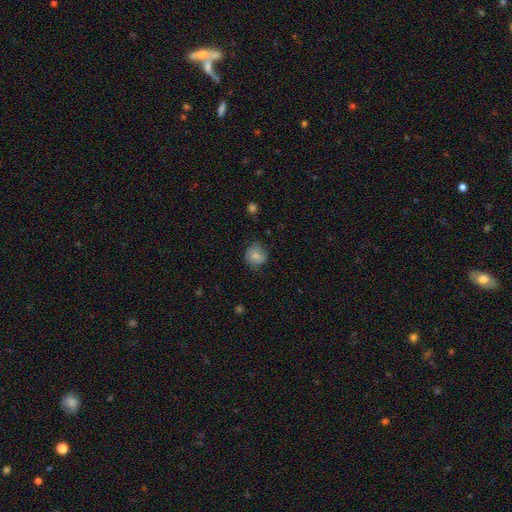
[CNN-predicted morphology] A smooth galaxy with no disk features (82%) that is round (83%). Merging: none (73%).